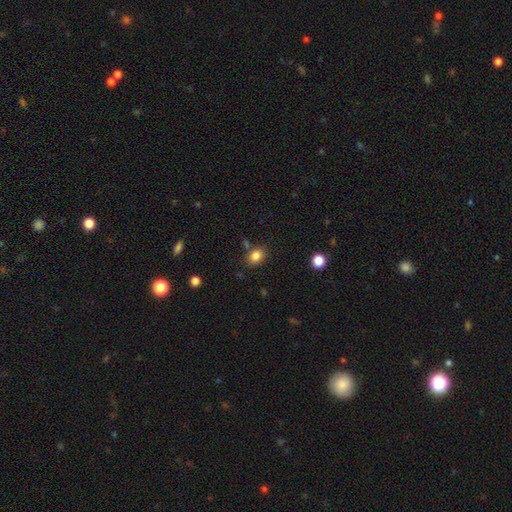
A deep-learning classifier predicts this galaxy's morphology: This appears to be a smooth galaxy with no disk features (84%) that is in between round and cigar-shaped (55%). Merging: none (79%).